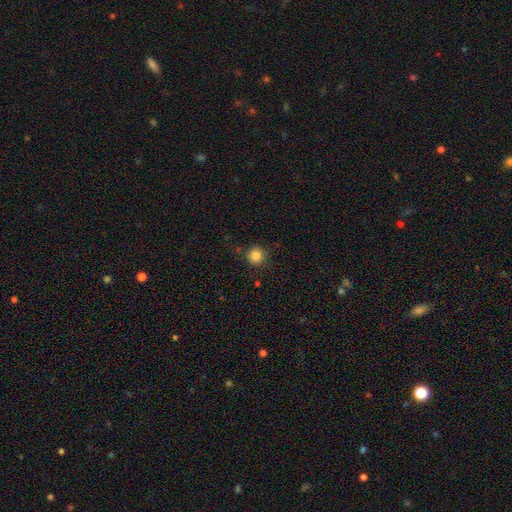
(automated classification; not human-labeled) Overall: smooth (84%). How rounded: round (93%). Merging: none (88%).